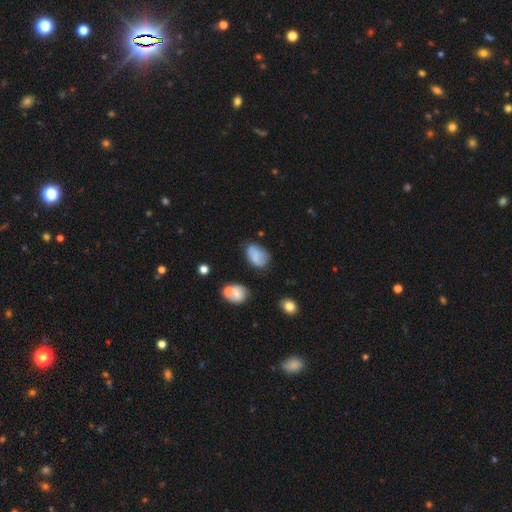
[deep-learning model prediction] Overall: smooth (70%). How rounded: in between (84%). Merging: none (56%; minor disturbance 29%).